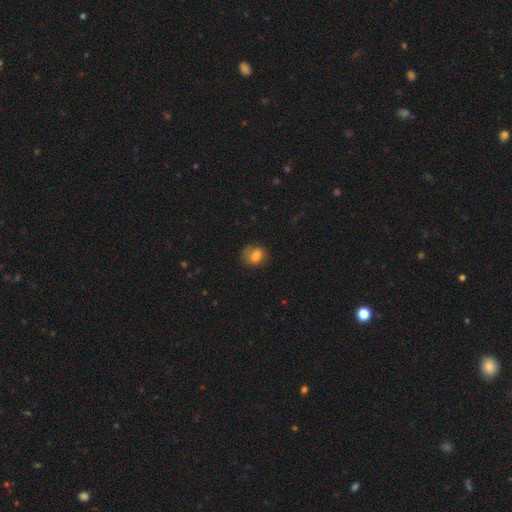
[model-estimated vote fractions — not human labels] Morphology: type=smooth (77%); roundness=round (53%); merging=none (65%).